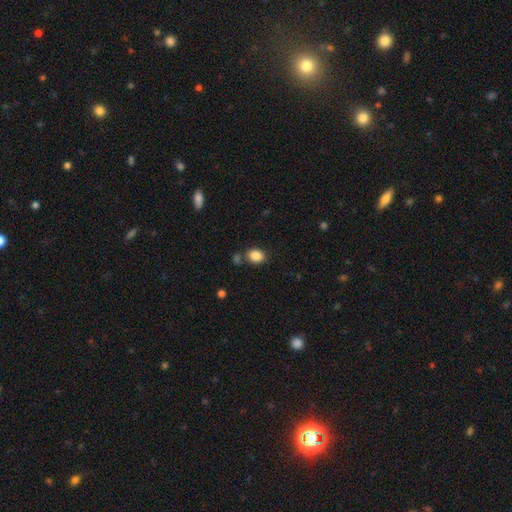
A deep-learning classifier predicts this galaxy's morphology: smooth 87%, star or artifact 9%, featured or disk 4%. Down the decision tree: how rounded — in between (62%); merging — none (72%).